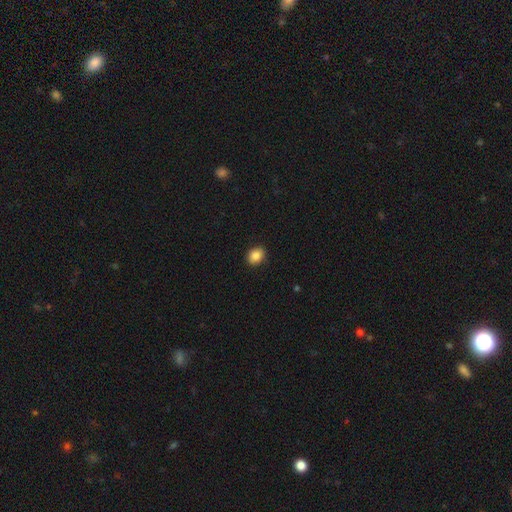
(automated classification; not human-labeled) This is clearly a smooth galaxy (86%). How rounded: possibly round (56%). Merging: clearly none (89%).